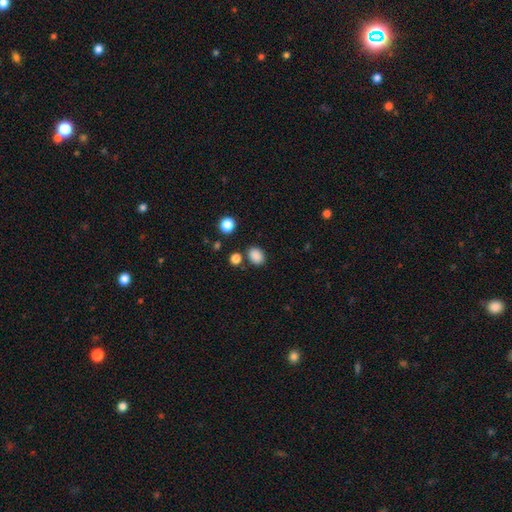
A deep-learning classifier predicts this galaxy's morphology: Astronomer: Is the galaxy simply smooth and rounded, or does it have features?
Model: smooth — 86%.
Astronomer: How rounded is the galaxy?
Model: in between — 67%.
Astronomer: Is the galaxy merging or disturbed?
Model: none — 78%.